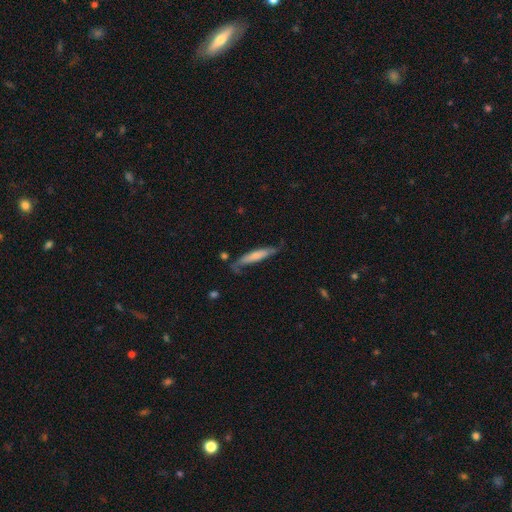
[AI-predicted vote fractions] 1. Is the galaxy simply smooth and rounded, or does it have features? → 61% smooth, 33% featured or disk, 5% star or artifact.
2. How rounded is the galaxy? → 89% cigar-shaped, 9% in between, 1% round.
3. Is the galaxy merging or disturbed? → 59% none, 28% minor disturbance, 9% major disturbance, 4% merger.